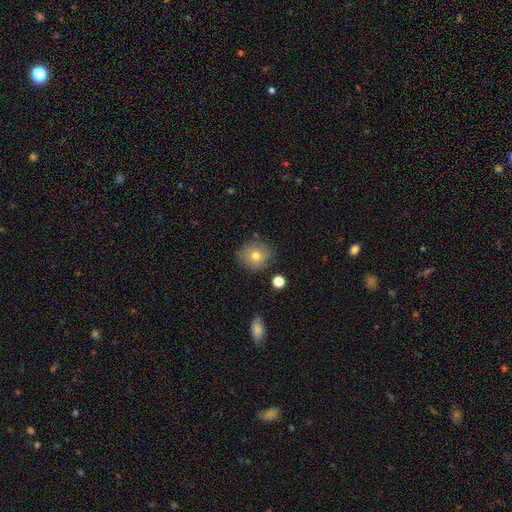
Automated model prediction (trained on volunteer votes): The model was most divided on "smooth or featured": smooth: 74%, featured or disk: 15%, star or artifact: 11%. More confident: how rounded — round (89%); merging — none (84%).